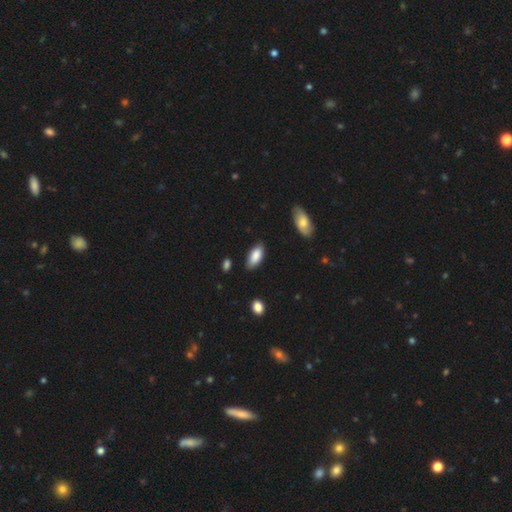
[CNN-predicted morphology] smooth 87%, featured or disk 7%, star or artifact 6%. Down the decision tree: how rounded — in between (89%); merging — none (81%).